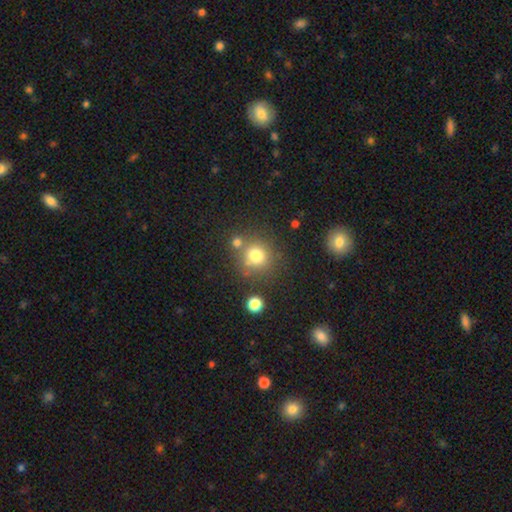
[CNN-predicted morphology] Smooth or featured? smooth (76%)
How rounded? round (89%)
Merging? none (68%)